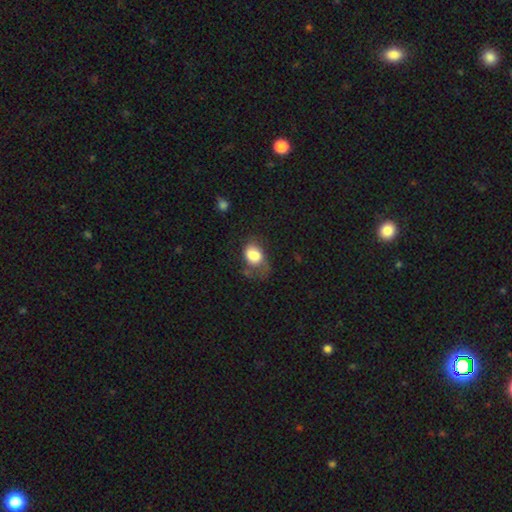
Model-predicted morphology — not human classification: Smooth or featured: smooth — 75% (featured or disk — 17%)
How rounded: in between — 71% (round — 27%)
Merging: major disturbance — 36% (minor disturbance — 32%)